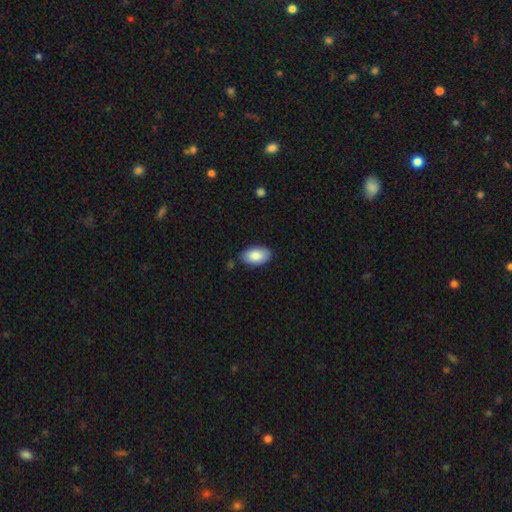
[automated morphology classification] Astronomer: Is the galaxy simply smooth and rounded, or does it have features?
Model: smooth — 88%.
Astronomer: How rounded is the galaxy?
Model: in between — 95%.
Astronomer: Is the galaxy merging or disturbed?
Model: none — 84%.